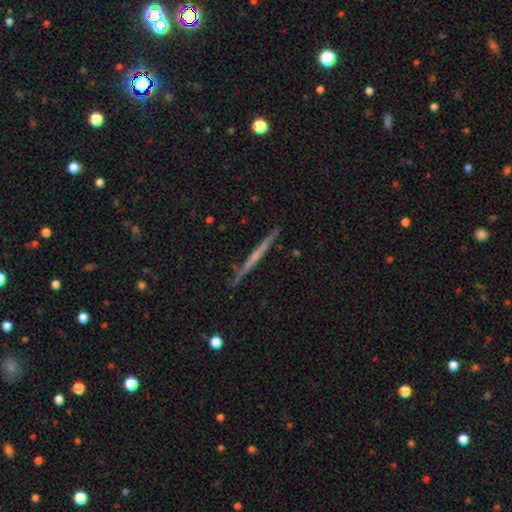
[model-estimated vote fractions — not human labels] Smooth or featured?
  - featured or disk: 63% *
  - smooth: 31%
  - star or artifact: 6%
Edge-on disk?
  - yes: 98% *
  - no: 2%
Edge-on bulge?
  - none: 79% *
  - rounded: 16%
  - boxy: 6%
Merging?
  - none: 90% *
  - minor disturbance: 7%
  - major disturbance: 1%
  - merger: 1%